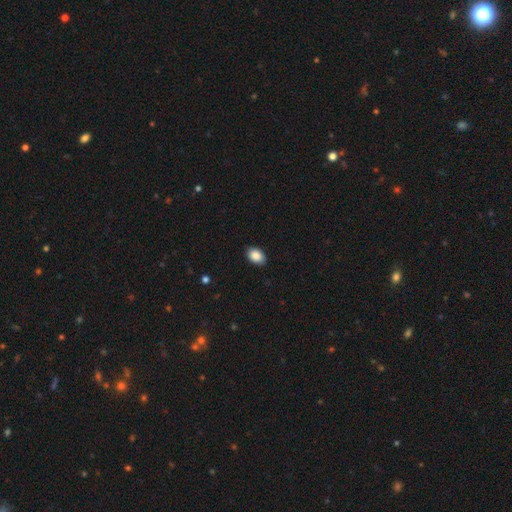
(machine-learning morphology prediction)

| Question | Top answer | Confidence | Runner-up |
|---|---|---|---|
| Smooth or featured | smooth | 89% | star or artifact (7%) |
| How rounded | in between | 84% | round (15%) |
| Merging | none | 89% | minor disturbance (8%) |